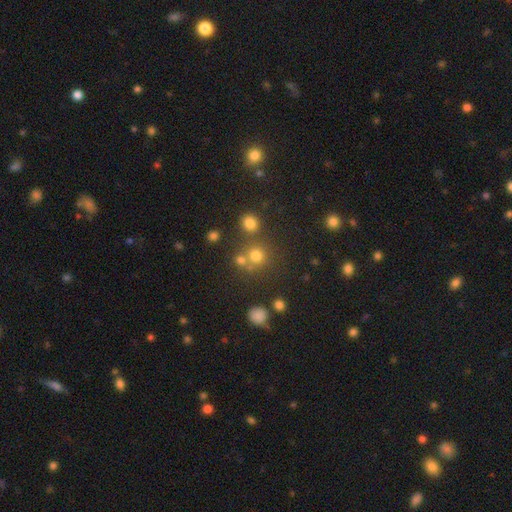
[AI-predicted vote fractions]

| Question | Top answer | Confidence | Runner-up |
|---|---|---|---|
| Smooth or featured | smooth | 68% | star or artifact (23%) |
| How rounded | round | 90% | in between (9%) |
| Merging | none | 66% | merger (22%) |